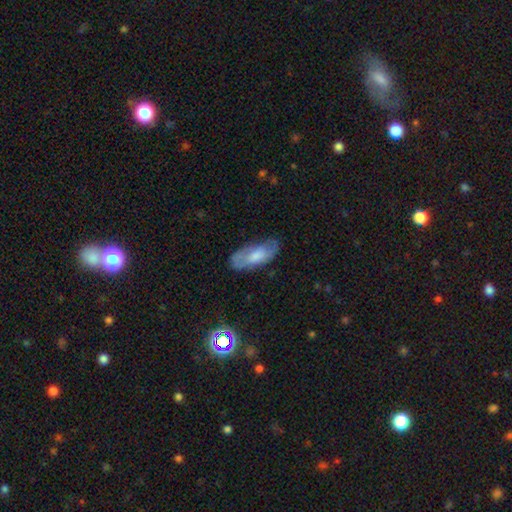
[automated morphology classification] A smooth galaxy with no disk features (54%) that is in between round and cigar-shaped (82%). Merging: none (70%).